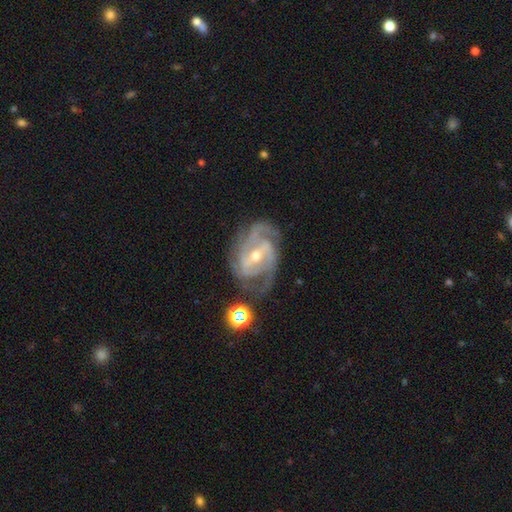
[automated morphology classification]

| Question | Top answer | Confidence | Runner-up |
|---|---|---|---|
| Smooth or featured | featured or disk | 91% | star or artifact (5%) |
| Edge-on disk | no | 97% | yes (3%) |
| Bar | weak | 42% | strong (41%) |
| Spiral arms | yes | 98% | no (2%) |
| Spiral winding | tight | 47% | medium (45%) |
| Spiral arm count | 3 | 43% | 2 (28%) |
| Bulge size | small | 49% | moderate (48%) |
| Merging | none | 68% | minor disturbance (19%) |